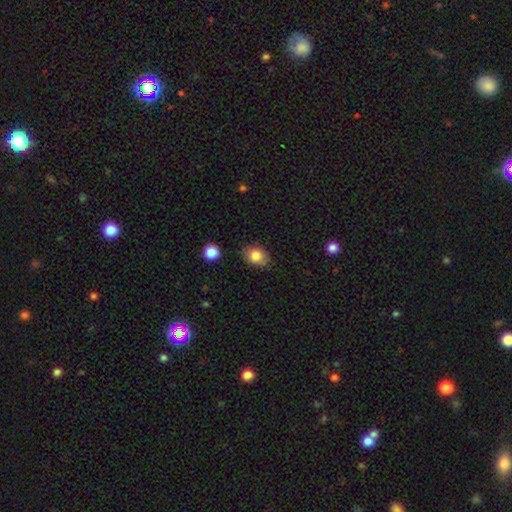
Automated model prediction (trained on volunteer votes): Smooth or featured: smooth — 84% (star or artifact — 9%)
How rounded: in between — 60% (round — 39%)
Merging: none — 75% (minor disturbance — 19%)